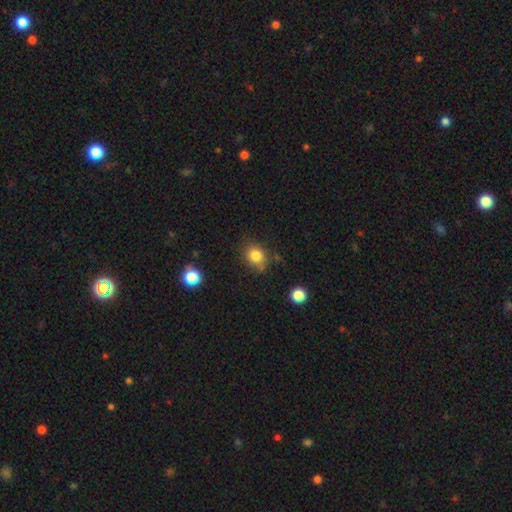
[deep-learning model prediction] smooth 81%, star or artifact 11%, featured or disk 8%. Down the decision tree: how rounded — round (63%); merging — none (73%).